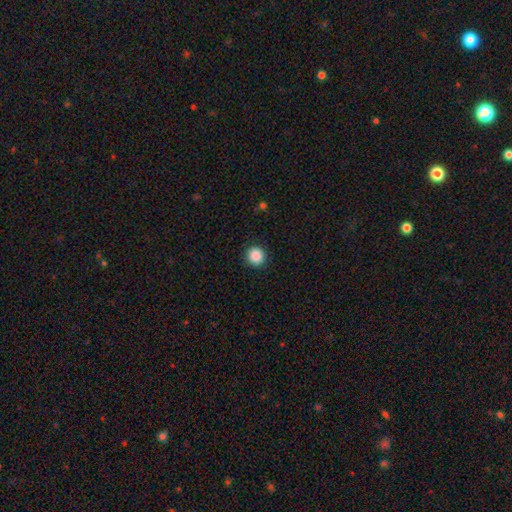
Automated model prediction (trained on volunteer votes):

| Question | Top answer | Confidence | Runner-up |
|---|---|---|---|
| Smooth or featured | smooth | 88% | star or artifact (9%) |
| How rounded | round | 94% | in between (5%) |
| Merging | none | 92% | minor disturbance (5%) |